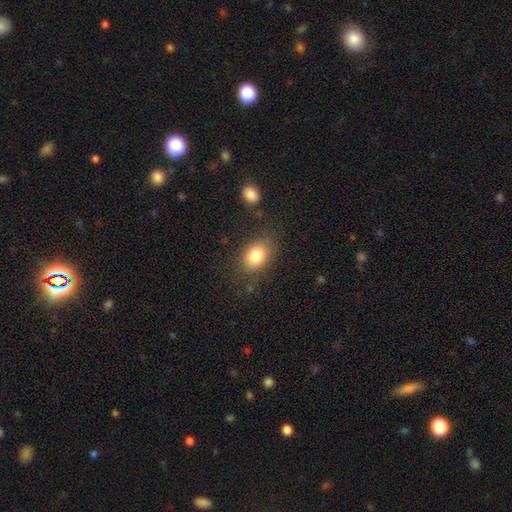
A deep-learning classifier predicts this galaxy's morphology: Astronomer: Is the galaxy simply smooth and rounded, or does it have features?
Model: smooth — 82%.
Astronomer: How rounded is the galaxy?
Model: in between — 71%.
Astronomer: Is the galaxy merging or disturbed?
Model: none — 77%.